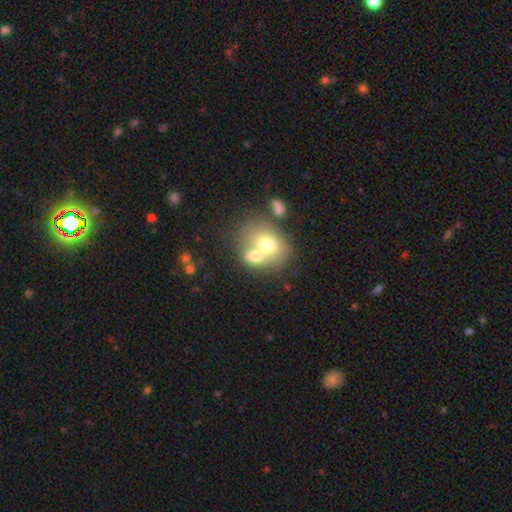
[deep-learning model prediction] smooth-or-featured: smooth: 67% | featured or disk: 23% | star or artifact: 10%
  how-rounded: in between: 63% | round: 36% | cigar-shaped: 1%
  merging: merger: 65% | none: 23% | minor disturbance: 7% | major disturbance: 5%